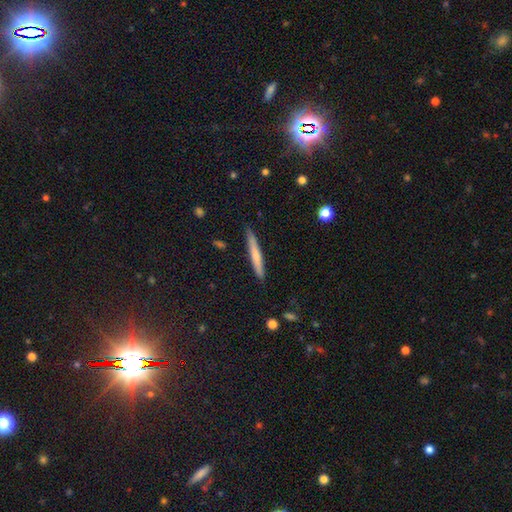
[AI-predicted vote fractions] Overall: smooth (60%; featured or disk 34%). How rounded: cigar-shaped (96%). Merging: none (88%).